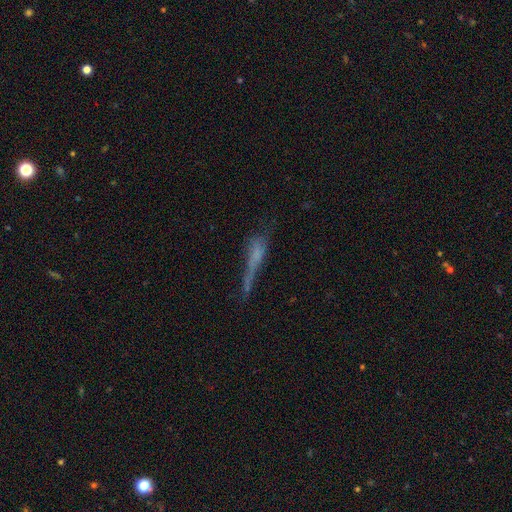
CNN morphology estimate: type=smooth (47%); merging=none (34%).